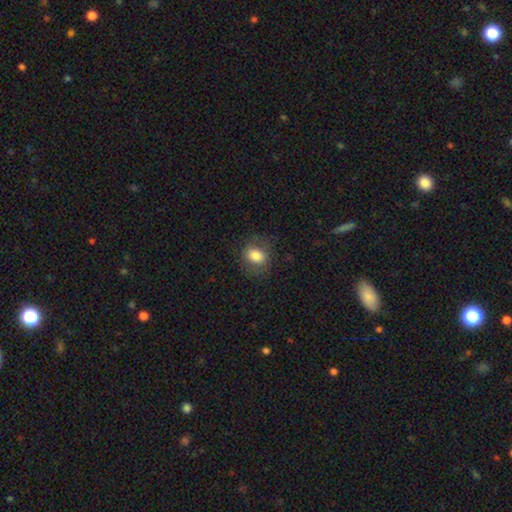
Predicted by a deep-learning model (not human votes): A smooth galaxy with no disk features (79%) that is in between round and cigar-shaped (51%).

Vote fractions:
- Smooth or featured? smooth: 79% / featured or disk: 12% / star or artifact: 9%
- How rounded? in between: 51% / round: 47% / cigar-shaped: 1%
- Merging? none: 77% / minor disturbance: 15% / major disturbance: 7% / merger: 1%